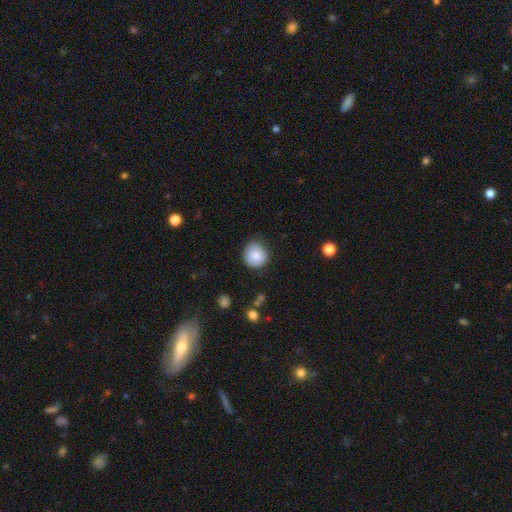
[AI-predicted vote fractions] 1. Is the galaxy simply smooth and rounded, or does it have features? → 80% smooth, 12% featured or disk, 8% star or artifact.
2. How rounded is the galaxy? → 90% round, 9% in between, 1% cigar-shaped.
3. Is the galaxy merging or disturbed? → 77% none, 18% minor disturbance, 4% major disturbance, 1% merger.